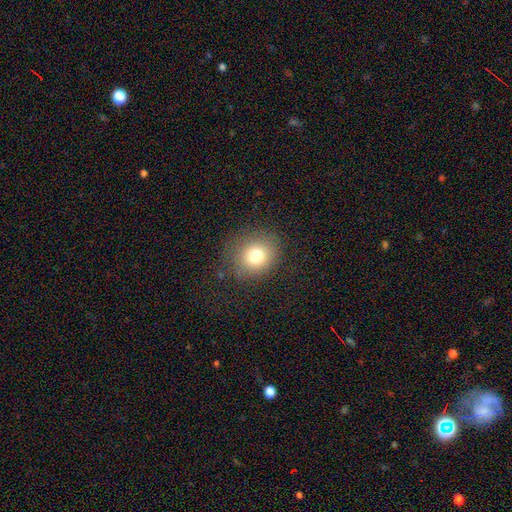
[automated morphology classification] Smooth or featured: smooth — 77% (star or artifact — 13%)
How rounded: round — 77% (in between — 22%)
Merging: none — 84% (minor disturbance — 10%)